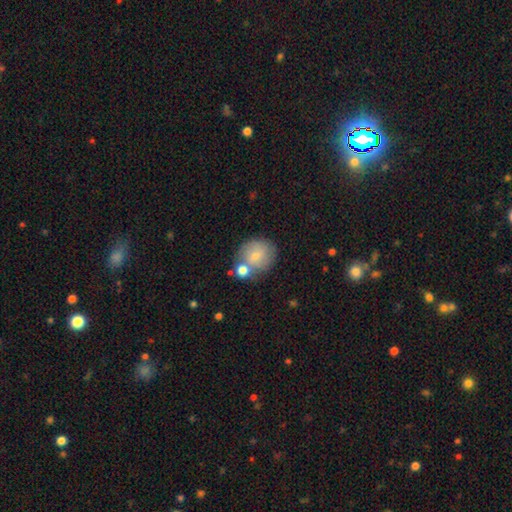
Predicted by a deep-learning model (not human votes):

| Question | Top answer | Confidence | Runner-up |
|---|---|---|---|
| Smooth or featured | smooth | 72% | featured or disk (20%) |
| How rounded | round | 81% | in between (18%) |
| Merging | none | 53% | merger (27%) |